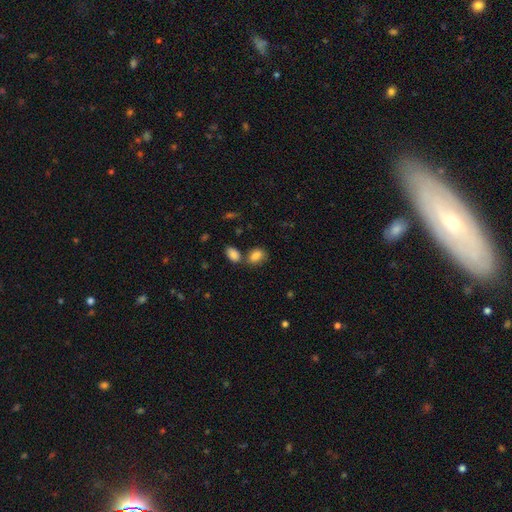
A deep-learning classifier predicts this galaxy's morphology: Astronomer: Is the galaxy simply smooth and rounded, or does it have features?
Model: smooth — 85%.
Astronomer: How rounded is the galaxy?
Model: in between — 84%.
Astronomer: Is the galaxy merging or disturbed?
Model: none — 56%.